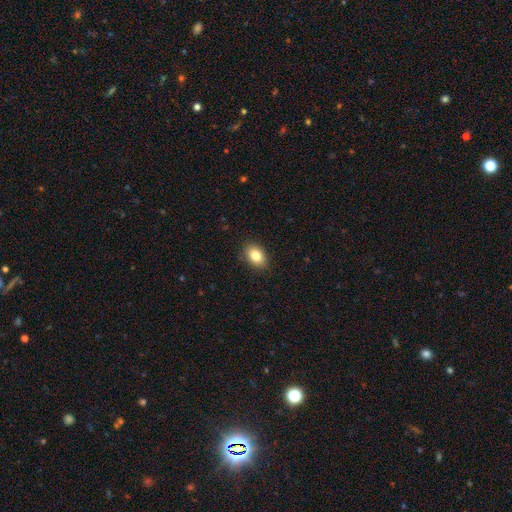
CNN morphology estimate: This is clearly a smooth galaxy (83%). How rounded: clearly in between (83%). Merging: clearly none (88%).